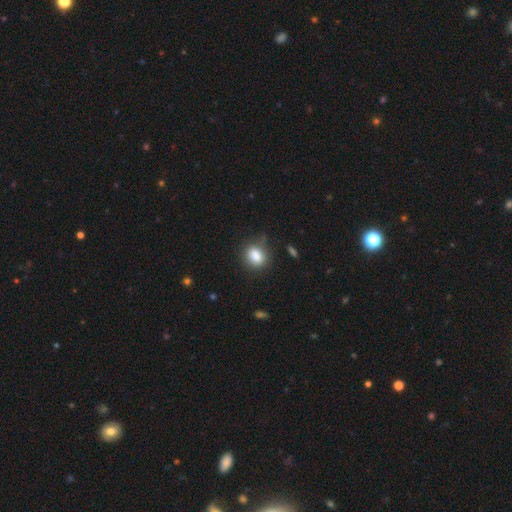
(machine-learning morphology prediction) type=smooth (85%); roundness=in between (49%, tied with round); merging=none (76%).